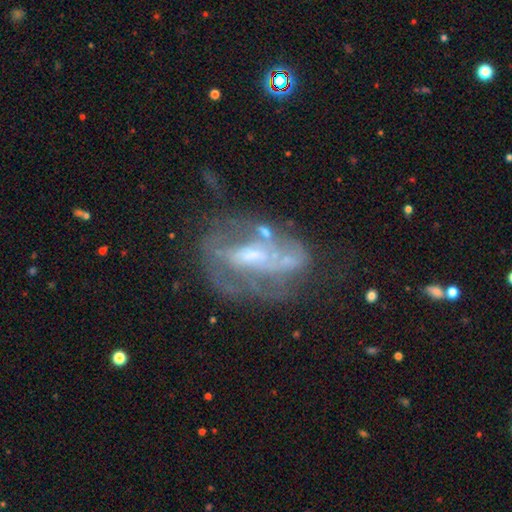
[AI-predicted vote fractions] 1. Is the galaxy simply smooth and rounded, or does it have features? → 78% featured or disk, 13% smooth, 9% star or artifact.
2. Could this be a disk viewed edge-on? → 95% no, 5% yes.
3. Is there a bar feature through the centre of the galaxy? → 39% weak, 36% no, 25% strong.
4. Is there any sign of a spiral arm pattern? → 69% yes, 31% no.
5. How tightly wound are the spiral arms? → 43% medium, 36% tight, 21% loose.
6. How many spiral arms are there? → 42% 2, 35% can't tell, 10% 3, 7% 1, 3% 4, 3% more than 4.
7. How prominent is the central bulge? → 40% small, 38% moderate, 14% none, 6% large, 1% dominant.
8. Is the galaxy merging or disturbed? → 48% none, 23% major disturbance, 21% minor disturbance, 7% merger.